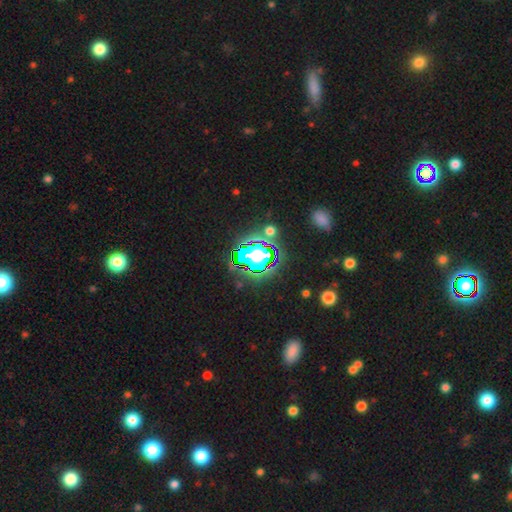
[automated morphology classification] star or artifact 65%, smooth 21%, featured or disk 14%.